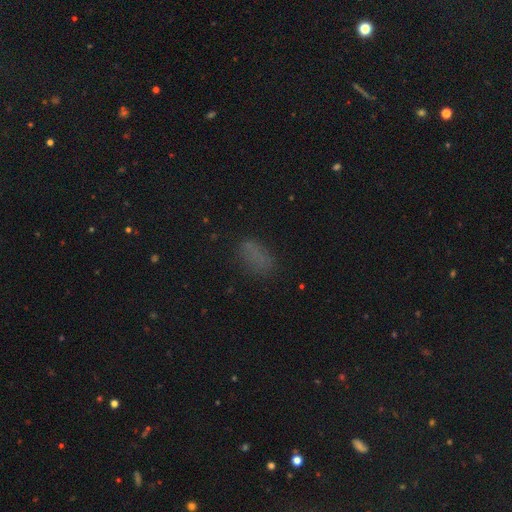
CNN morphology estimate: Q: Smooth or featured?
A: smooth (71%); runner-up: star or artifact (19%)
Q: How rounded?
A: in between (87%); runner-up: round (7%)
Q: Merging?
A: none (73%); runner-up: minor disturbance (16%)